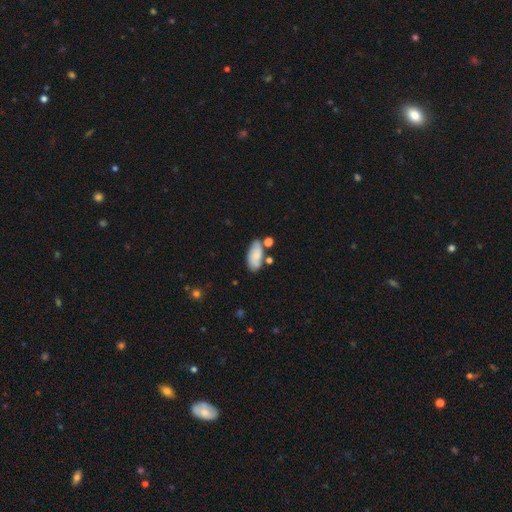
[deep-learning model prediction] Smooth or featured? smooth (68%)
How rounded? in between (91%)
Merging? none (60%)